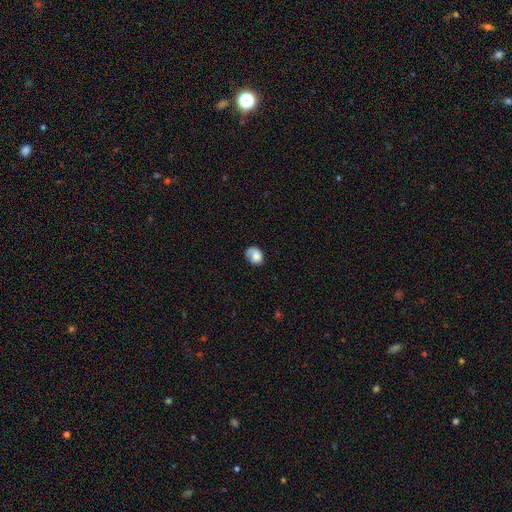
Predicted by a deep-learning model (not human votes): A smooth galaxy with no disk features (68%) that is in between round and cigar-shaped (52%). Merging: none (51%).